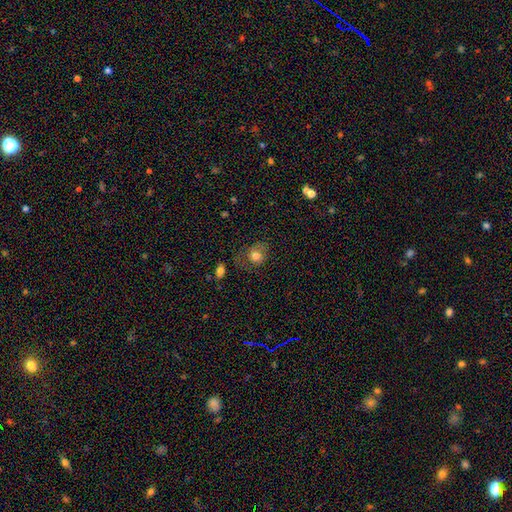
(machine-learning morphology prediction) Smooth or featured?
  - smooth: 75% *
  - featured or disk: 15%
  - star or artifact: 10%
How rounded?
  - round: 64% *
  - in between: 35%
  - cigar-shaped: 1%
Merging?
  - none: 51% *
  - minor disturbance: 27%
  - major disturbance: 19%
  - merger: 3%